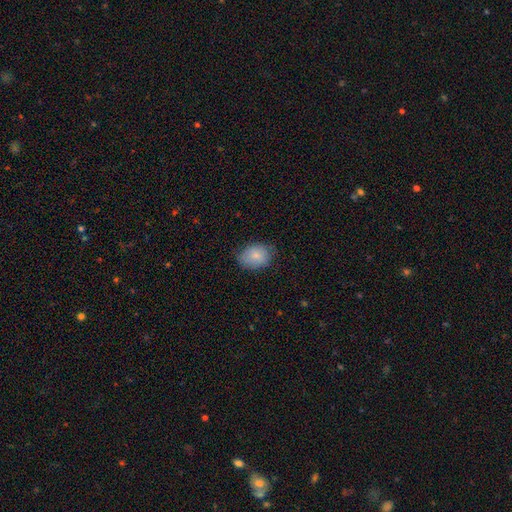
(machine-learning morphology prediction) A smooth galaxy with no disk features (82%) that is in between round and cigar-shaped (71%).

Vote fractions:
- Smooth or featured? smooth: 82% / featured or disk: 11% / star or artifact: 7%
- How rounded? in between: 71% / round: 28% / cigar-shaped: 1%
- Merging? none: 74% / minor disturbance: 21% / major disturbance: 4% / merger: 1%